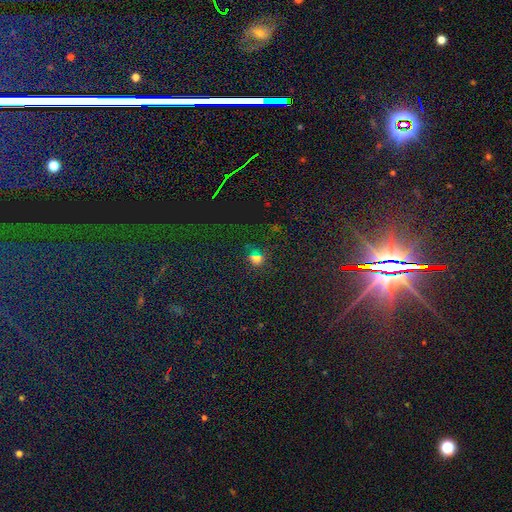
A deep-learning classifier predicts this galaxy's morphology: Smooth or featured?
  - smooth: 57% *
  - star or artifact: 35%
  - featured or disk: 8%
How rounded?
  - round: 69% *
  - in between: 29%
  - cigar-shaped: 2%
Merging?
  - none: 72% *
  - minor disturbance: 14%
  - major disturbance: 8%
  - merger: 6%